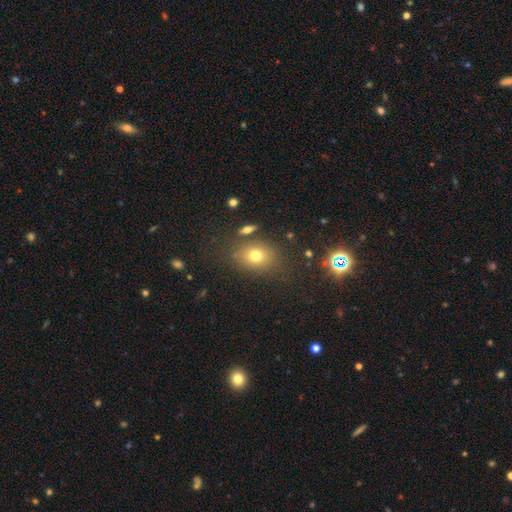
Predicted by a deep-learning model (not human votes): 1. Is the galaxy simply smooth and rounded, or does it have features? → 72% smooth, 16% star or artifact, 12% featured or disk.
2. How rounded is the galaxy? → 54% in between, 44% round, 2% cigar-shaped.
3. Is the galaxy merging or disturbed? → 77% none, 12% minor disturbance, 6% merger, 5% major disturbance.